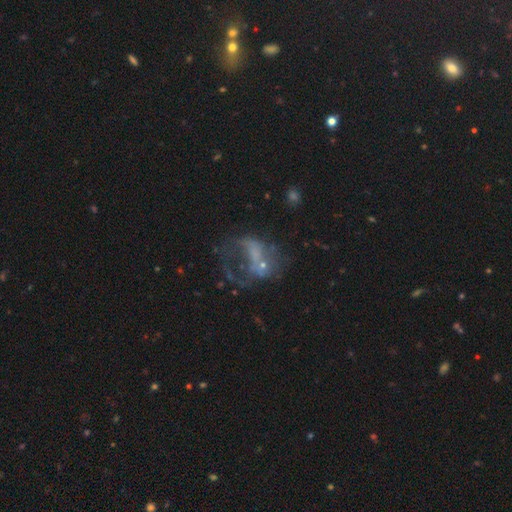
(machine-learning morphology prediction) Smooth or featured: featured or disk — 55% (smooth — 24%)
Edge-on disk: no — 97% (yes — 3%)
Bar: no — 79% (weak — 16%)
Spiral arms: no — 73% (yes — 27%)
Bulge size: none — 50% (small — 34%)
Merging: major disturbance — 47% (none — 26%)